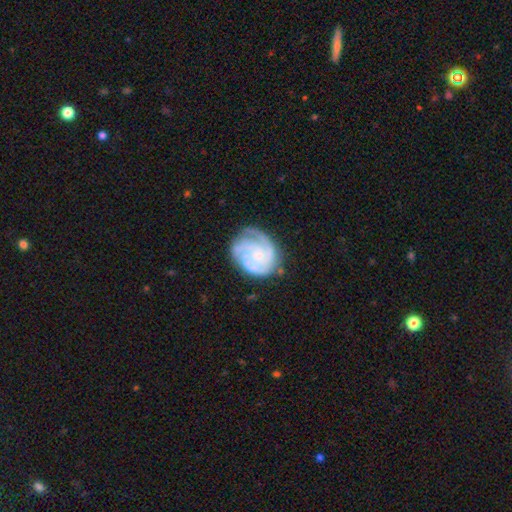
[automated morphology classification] featured or disk 87%, smooth 8%, star or artifact 5%. Down the decision tree: edge-on disk — no (98%); bar — no (74%); spiral arms — yes (97%); spiral arm count — 3 (43%); spiral winding — tight (66%); bulge size — small (64%); merging — none (67%).